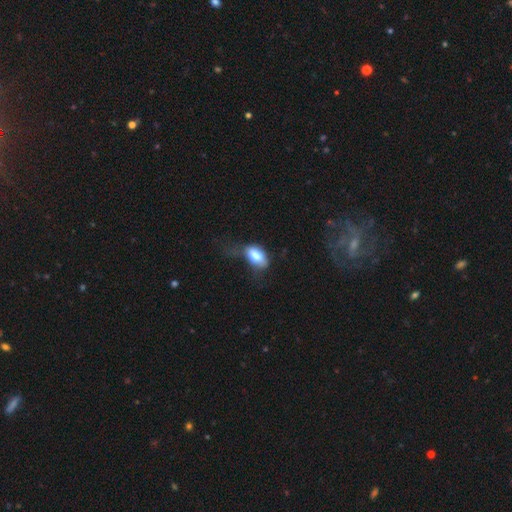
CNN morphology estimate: type=smooth (78%); roundness=in between (89%); merging=major disturbance (37%).